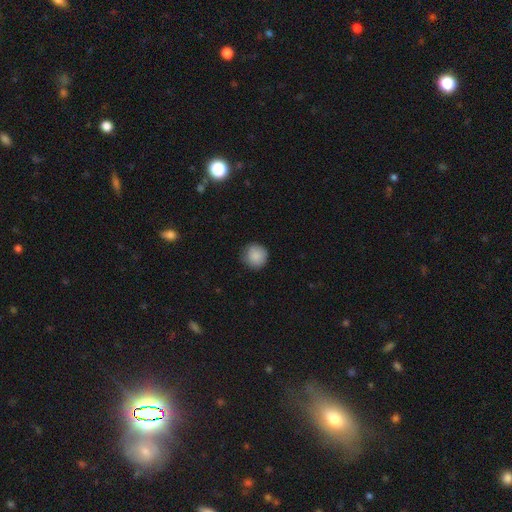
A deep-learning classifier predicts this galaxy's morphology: smooth-or-featured: smooth: 88% | star or artifact: 8% | featured or disk: 4%
  how-rounded: round: 94% | in between: 5% | cigar-shaped: 1%
  merging: none: 84% | minor disturbance: 12% | major disturbance: 3% | merger: 1%